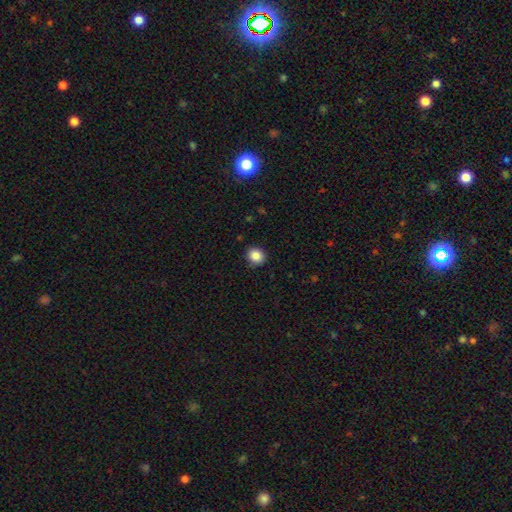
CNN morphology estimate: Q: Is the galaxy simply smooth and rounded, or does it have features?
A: smooth — 86%.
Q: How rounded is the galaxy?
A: round — 77%.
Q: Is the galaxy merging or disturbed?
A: none — 89%.